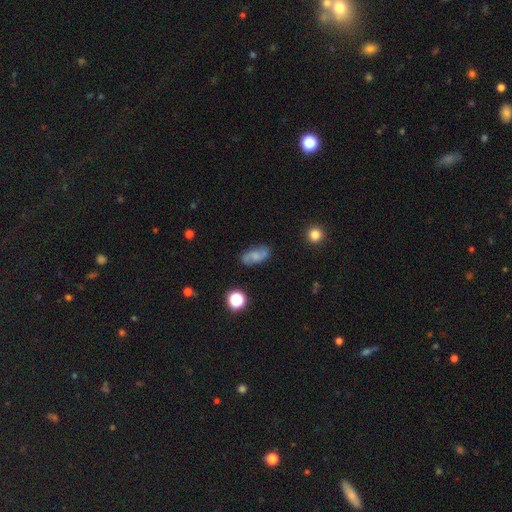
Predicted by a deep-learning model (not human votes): This is possibly a smooth galaxy (49%). Merging: likely none (74%).